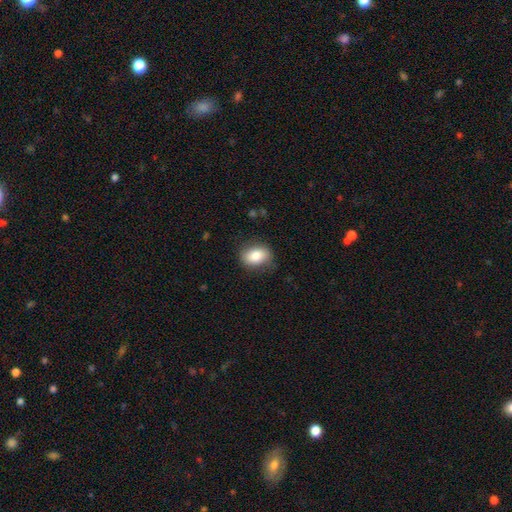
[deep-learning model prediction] This appears to be a smooth galaxy with no disk features (82%) that is in between round and cigar-shaped (73%). Merging: none (78%).